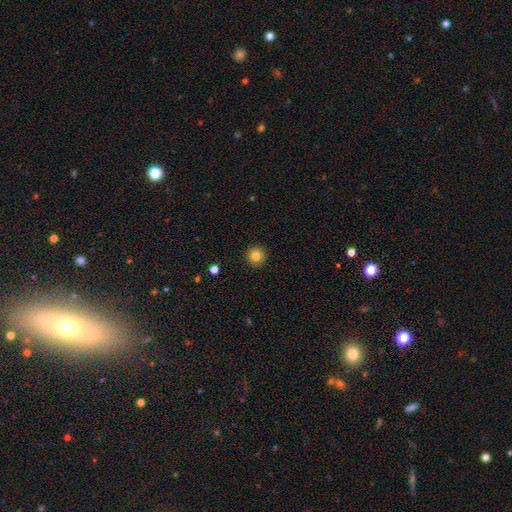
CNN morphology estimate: smooth_or_featured: smooth (p=0.82) [alt: star or artifact p=0.11]
how_rounded: round (p=0.96) [alt: in between p=0.03]
merging: none (p=0.93) [alt: minor disturbance p=0.05]